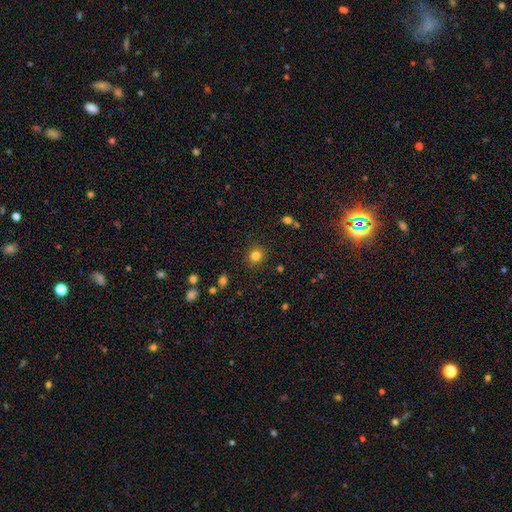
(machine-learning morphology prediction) The model was most divided on "how rounded": round: 82%, in between: 17%, cigar-shaped: 1%. More confident: merging — none (87%); smooth or featured — smooth (82%).